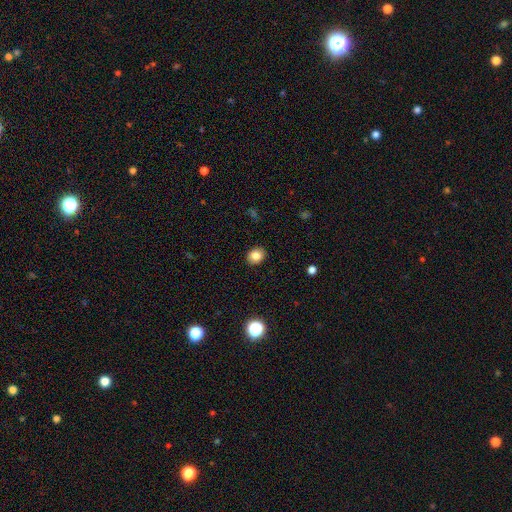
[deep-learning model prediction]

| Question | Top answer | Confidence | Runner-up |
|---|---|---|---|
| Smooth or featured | smooth | 84% | star or artifact (10%) |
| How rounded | round | 56% | in between (43%) |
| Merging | none | 90% | minor disturbance (7%) |